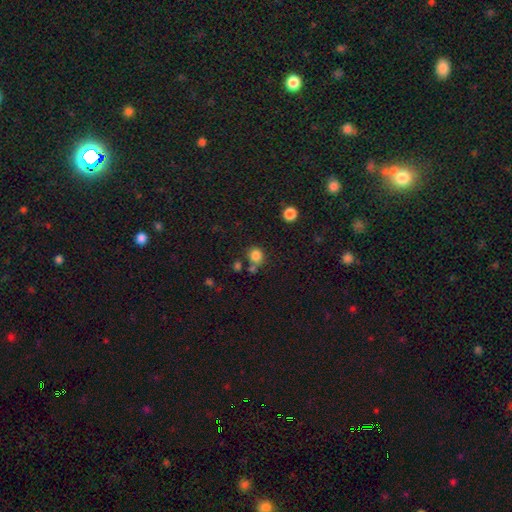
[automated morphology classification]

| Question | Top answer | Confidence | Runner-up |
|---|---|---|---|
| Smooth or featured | smooth | 82% | star or artifact (13%) |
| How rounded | round | 84% | in between (15%) |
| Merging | none | 66% | merger (18%) |